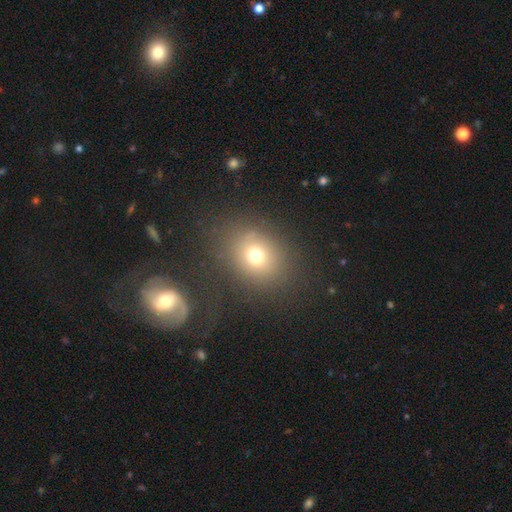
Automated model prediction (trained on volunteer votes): Morphology: type=smooth (70%); roundness=round (68%); merging=none (79%).